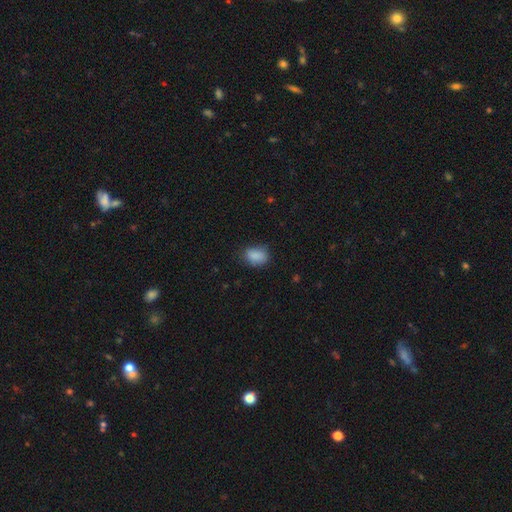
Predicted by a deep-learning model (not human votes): A smooth galaxy with no disk features (87%) that is in between round and cigar-shaped (78%).

Vote fractions:
- Smooth or featured? smooth: 87% / star or artifact: 9% / featured or disk: 5%
- How rounded? in between: 78% / round: 20% / cigar-shaped: 1%
- Merging? none: 70% / minor disturbance: 23% / major disturbance: 5% / merger: 1%